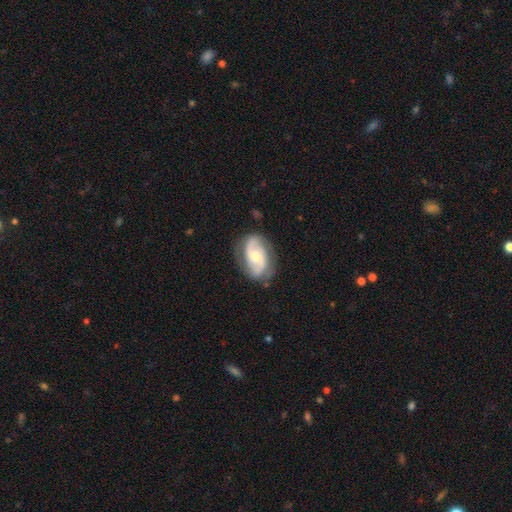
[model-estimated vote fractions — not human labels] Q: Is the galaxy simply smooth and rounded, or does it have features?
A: featured or disk — 80%.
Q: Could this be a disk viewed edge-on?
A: no — 97%.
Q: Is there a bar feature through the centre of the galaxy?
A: no — 59%.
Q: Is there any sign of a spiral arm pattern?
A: yes — 94%.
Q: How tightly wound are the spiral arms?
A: medium — 47%.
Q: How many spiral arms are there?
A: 2 — 86%.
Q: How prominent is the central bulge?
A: moderate — 58%.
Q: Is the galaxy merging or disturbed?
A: none — 76%.